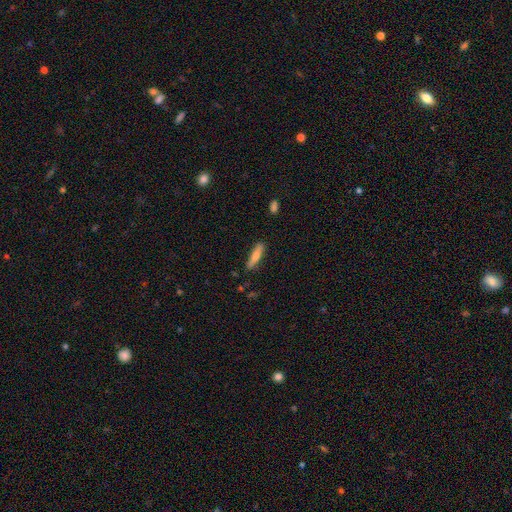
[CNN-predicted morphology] Q: Smooth or featured?
A: smooth (61%); runner-up: featured or disk (32%)
Q: How rounded?
A: cigar-shaped (81%); runner-up: in between (17%)
Q: Merging?
A: none (83%); runner-up: minor disturbance (13%)